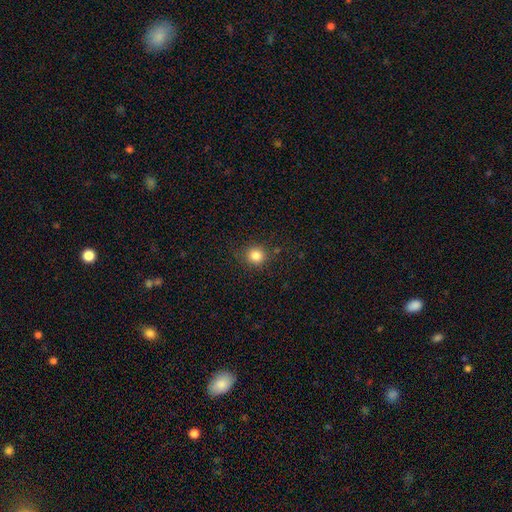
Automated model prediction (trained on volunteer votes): Smooth or featured? Predicted: smooth (p=0.83). How rounded? Predicted: round (p=0.91). Merging? Predicted: none (p=0.86).